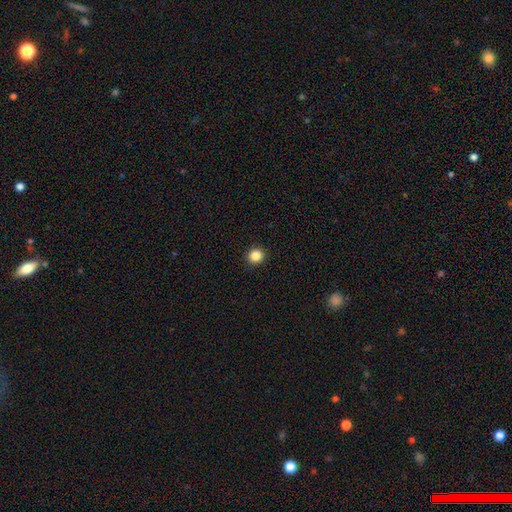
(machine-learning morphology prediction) smooth 86%, star or artifact 11%, featured or disk 3%. Down the decision tree: how rounded — round (92%); merging — none (93%).